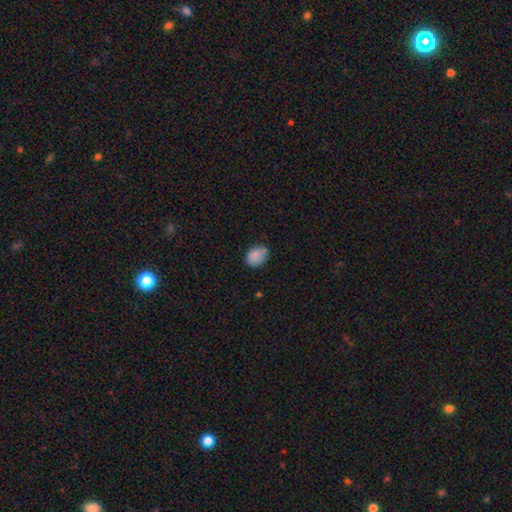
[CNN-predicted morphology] type=smooth (85%); roundness=in between (63%); merging=none (68%).